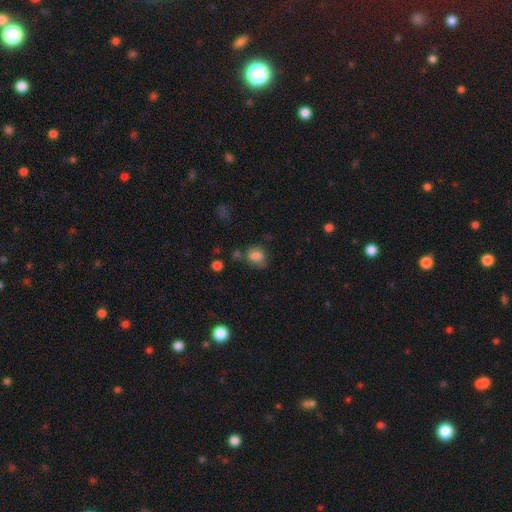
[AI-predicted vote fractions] Q: Smooth or featured?
A: smooth (77%); runner-up: featured or disk (12%)
Q: How rounded?
A: in between (60%); runner-up: round (38%)
Q: Merging?
A: none (51%); runner-up: minor disturbance (28%)